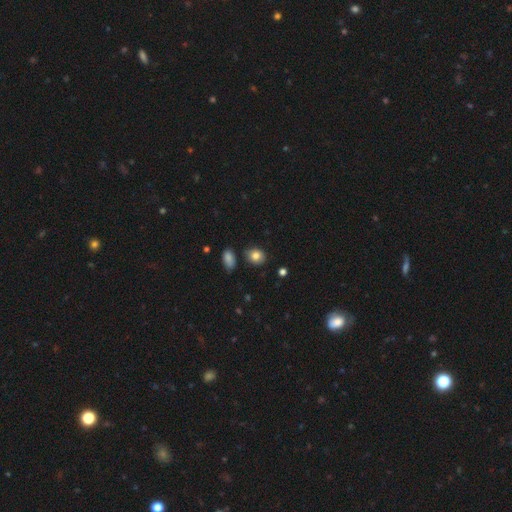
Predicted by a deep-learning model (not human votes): Smooth or featured? Predicted: smooth (p=0.81). How rounded? Predicted: round (p=0.53). Merging? Predicted: none (p=0.80).